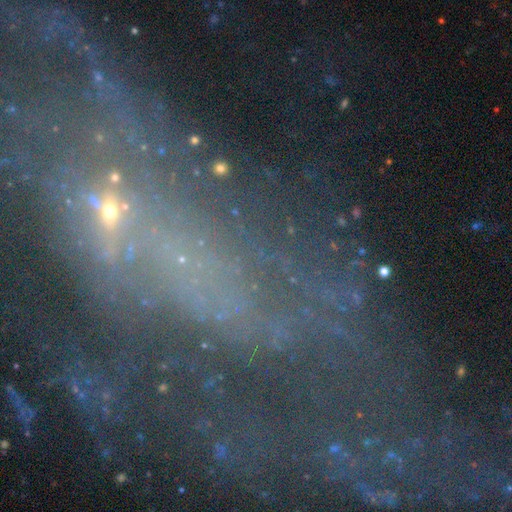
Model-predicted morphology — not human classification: Smooth or featured? featured or disk (44%)
Merging? none (51%)